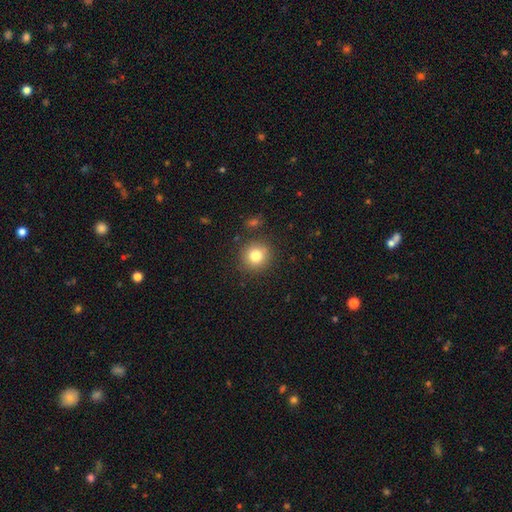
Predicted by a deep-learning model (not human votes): The model was most divided on "smooth or featured": smooth: 80%, star or artifact: 11%, featured or disk: 9%. More confident: how rounded — round (92%); merging — none (86%).